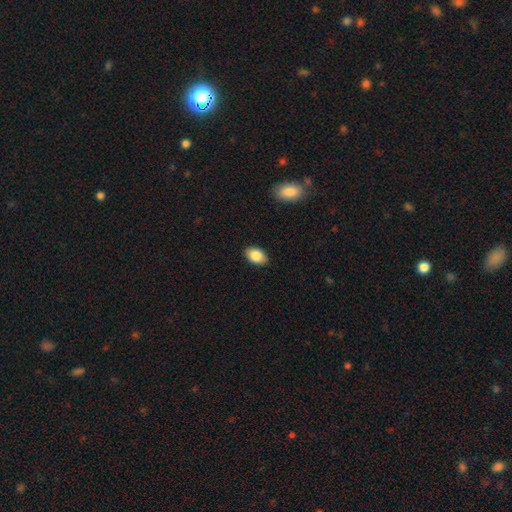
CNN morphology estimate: type=smooth (86%); roundness=in between (88%); merging=none (88%).